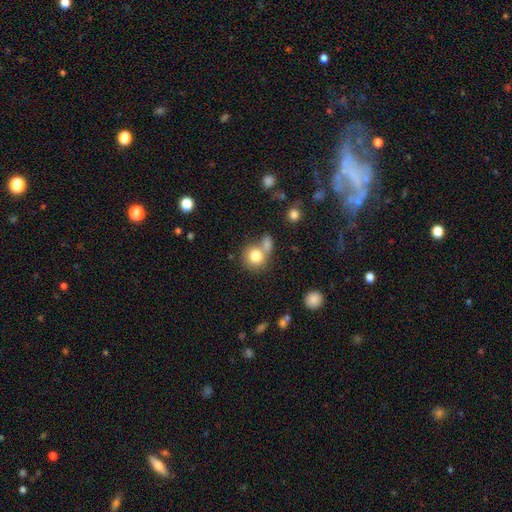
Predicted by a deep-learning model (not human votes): This is clearly a smooth galaxy (80%). How rounded: clearly round (84%). Merging: possibly none (47%).